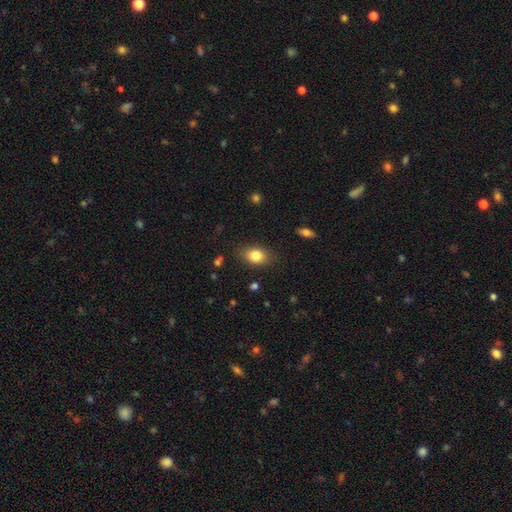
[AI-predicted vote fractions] Smooth or featured: smooth — 82% (star or artifact — 9%)
How rounded: in between — 72% (round — 27%)
Merging: none — 82% (minor disturbance — 13%)